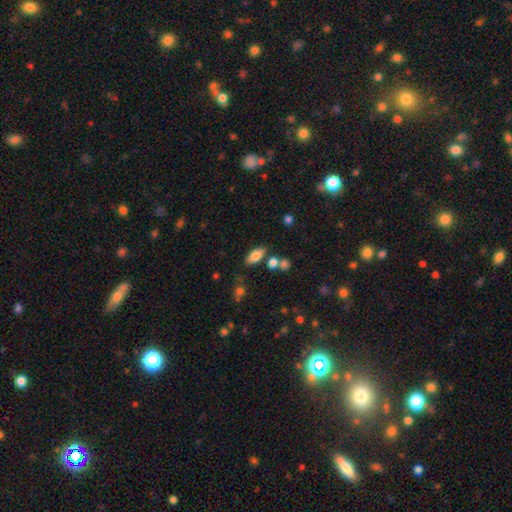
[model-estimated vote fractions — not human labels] Overall: smooth (82%). How rounded: in between (87%). Merging: none (73%).